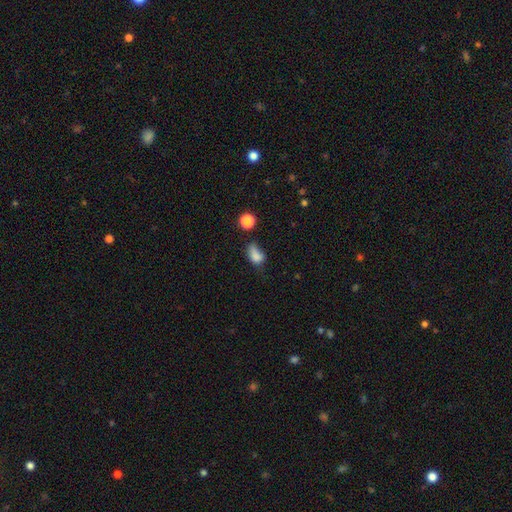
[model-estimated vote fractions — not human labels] smooth 78%, star or artifact 13%, featured or disk 10%. Down the decision tree: how rounded — in between (77%); merging — minor disturbance (35%).